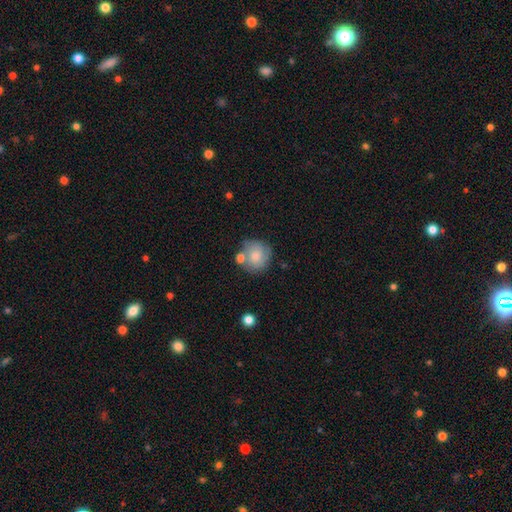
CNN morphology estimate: This is likely a smooth galaxy (68%). How rounded: clearly round (86%). Merging: possibly none (58%).